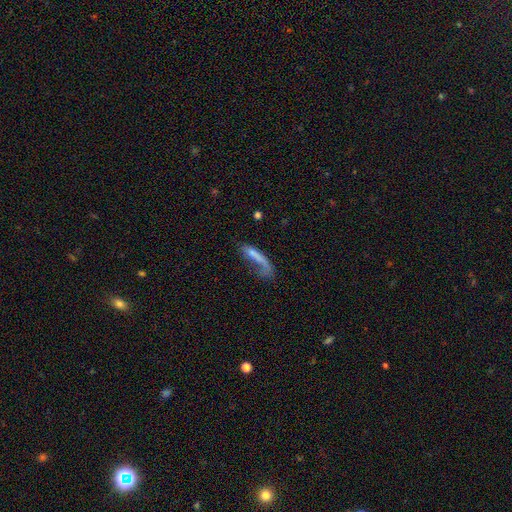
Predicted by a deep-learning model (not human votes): Overall: smooth (58%; featured or disk 33%). How rounded: cigar-shaped (72%). Merging: major disturbance (44%; none 29%).